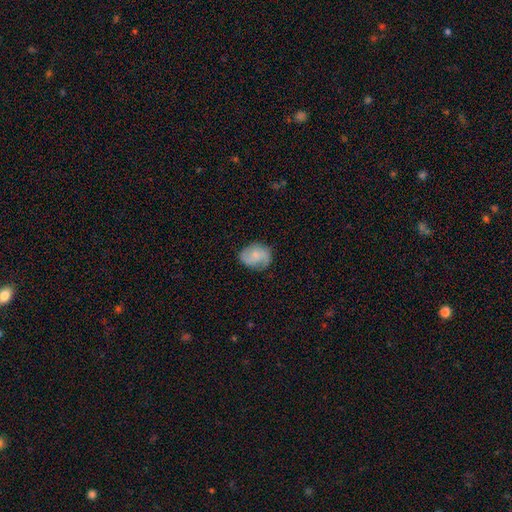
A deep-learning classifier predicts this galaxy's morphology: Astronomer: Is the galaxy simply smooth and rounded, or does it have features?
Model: smooth — 52% (runner-up: featured or disk, 41%).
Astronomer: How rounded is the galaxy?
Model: in between — 52% (runner-up: round, 47%).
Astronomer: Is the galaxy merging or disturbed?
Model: none — 72%.